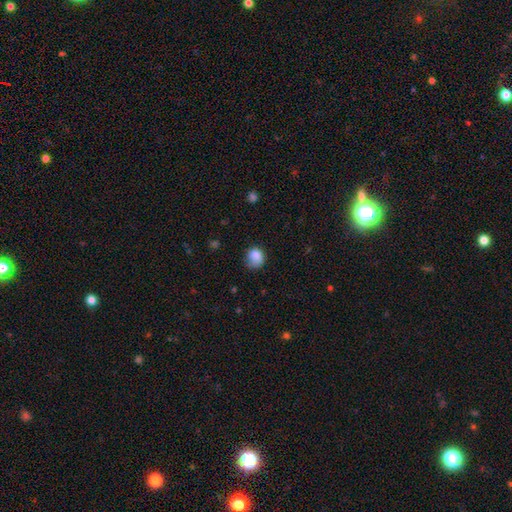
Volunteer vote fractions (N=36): smooth_or_featured: smooth (p=1.00)
how_rounded: round (p=0.78) [alt: in between p=0.22]
merging: none (p=0.58) [alt: minor disturbance p=0.31]